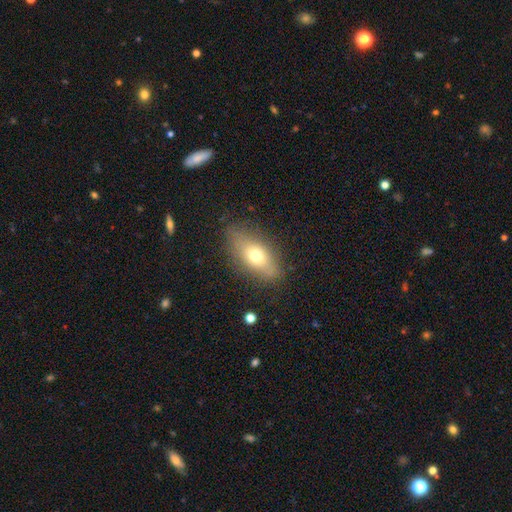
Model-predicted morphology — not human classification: smooth 66%, featured or disk 25%, star or artifact 9%. Down the decision tree: how rounded — in between (81%); merging — none (79%).